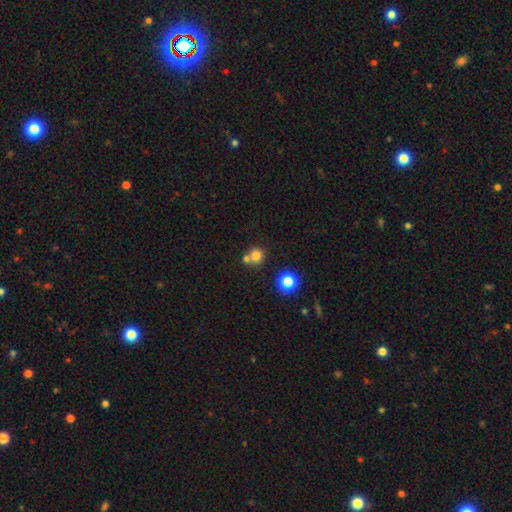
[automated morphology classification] Smooth or featured? Predicted: smooth (p=0.78). How rounded? Predicted: round (p=0.88). Merging? Predicted: none (p=0.57).